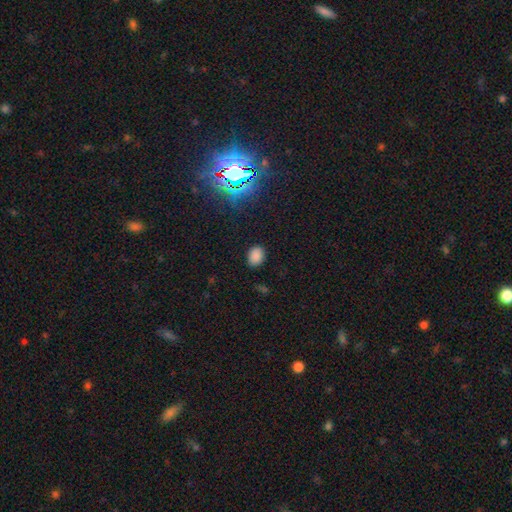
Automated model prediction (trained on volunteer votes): smooth_or_featured: smooth (p=0.81) [alt: star or artifact p=0.15]
how_rounded: in between (p=0.68) [alt: round p=0.31]
merging: none (p=0.85) [alt: minor disturbance p=0.11]